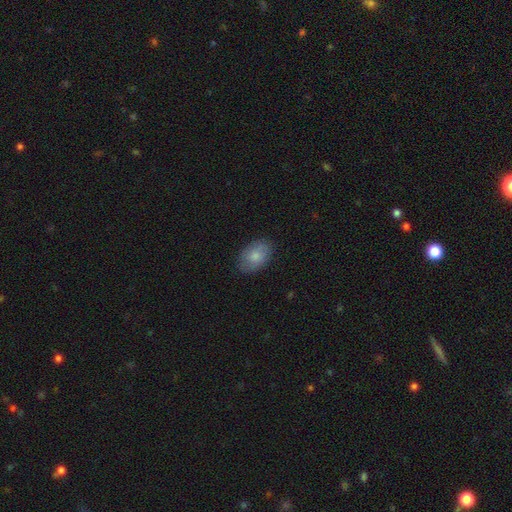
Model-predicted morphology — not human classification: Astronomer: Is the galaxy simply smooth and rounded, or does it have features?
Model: smooth — 79%.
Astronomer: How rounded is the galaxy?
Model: in between — 88%.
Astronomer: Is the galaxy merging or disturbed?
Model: none — 82%.